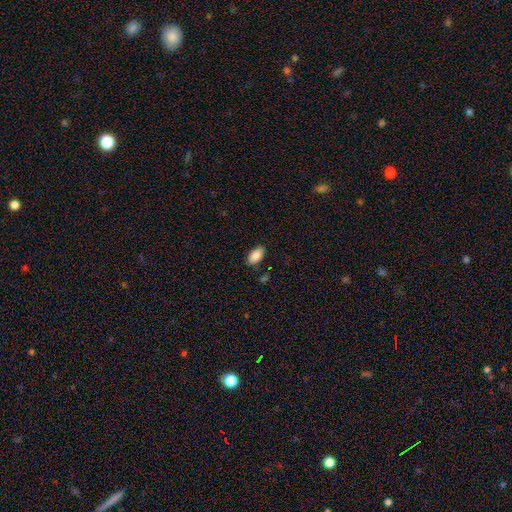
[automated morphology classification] type=smooth (89%); roundness=in between (94%); merging=none (85%).